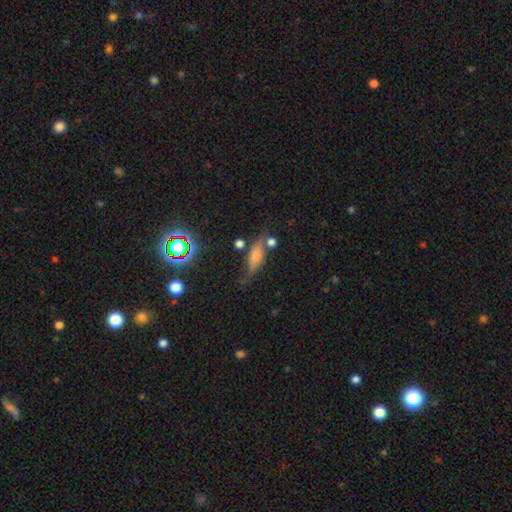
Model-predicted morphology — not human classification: Smooth or featured? Predicted: smooth (p=0.53). How rounded? Predicted: in between (p=0.56). Merging? Predicted: none (p=0.51).